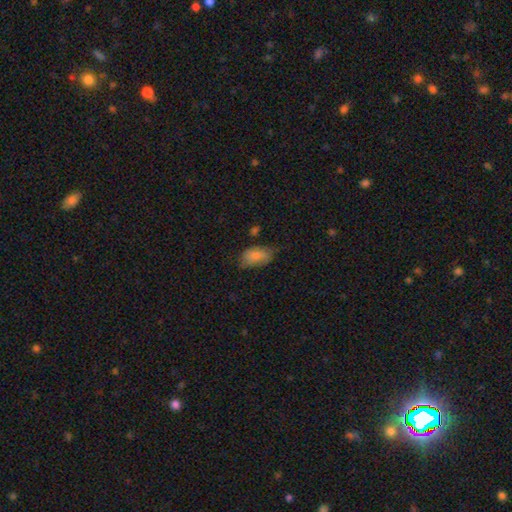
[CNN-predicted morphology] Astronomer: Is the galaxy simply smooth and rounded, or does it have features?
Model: smooth — 79%.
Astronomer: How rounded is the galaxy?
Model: in between — 92%.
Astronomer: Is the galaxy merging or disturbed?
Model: none — 48% (runner-up: minor disturbance, 37%).